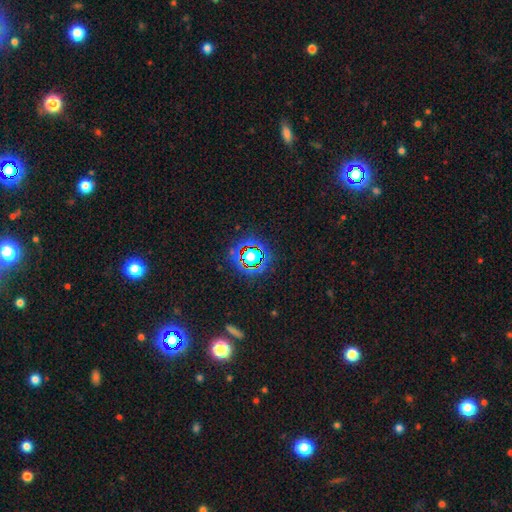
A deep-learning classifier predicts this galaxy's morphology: smooth-or-featured: star or artifact: 78% | smooth: 13% | featured or disk: 9%